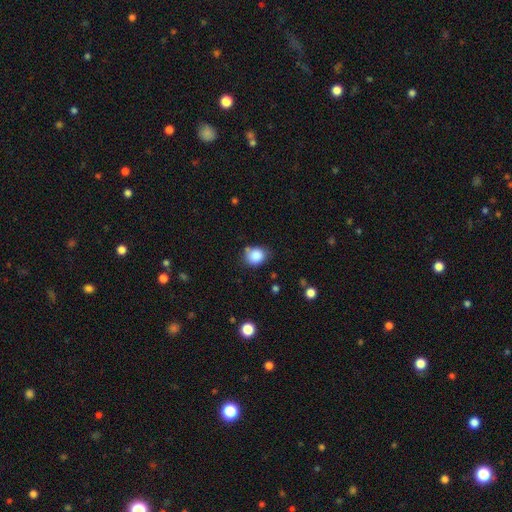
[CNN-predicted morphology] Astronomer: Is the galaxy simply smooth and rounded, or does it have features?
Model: smooth — 86%.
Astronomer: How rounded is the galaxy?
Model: round — 69%.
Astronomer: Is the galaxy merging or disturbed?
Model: none — 69%.